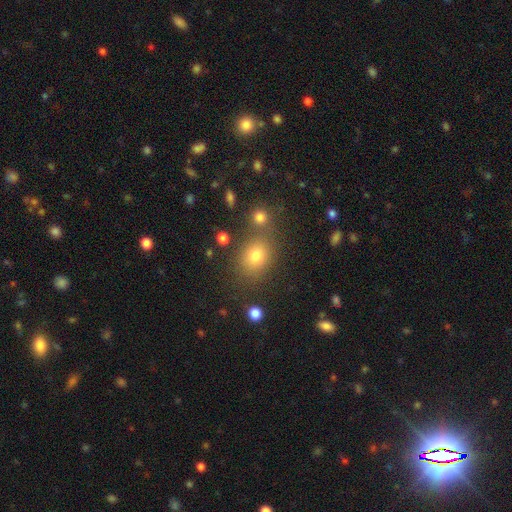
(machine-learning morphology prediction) A smooth galaxy with no disk features (75%) that is round (51%). Merging: none (74%).